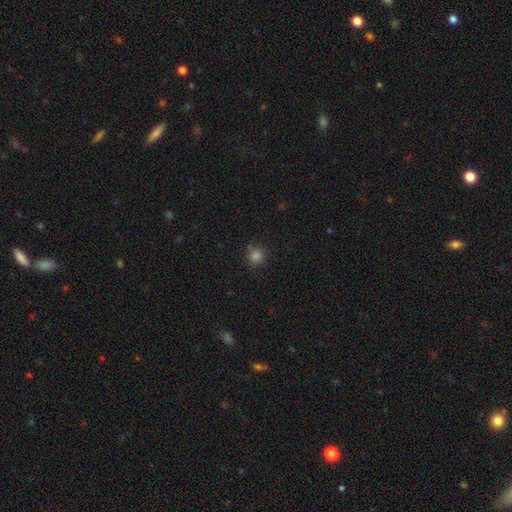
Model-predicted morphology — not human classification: This appears to be a smooth galaxy with no disk features (81%) that is round (93%). Merging: none (85%).